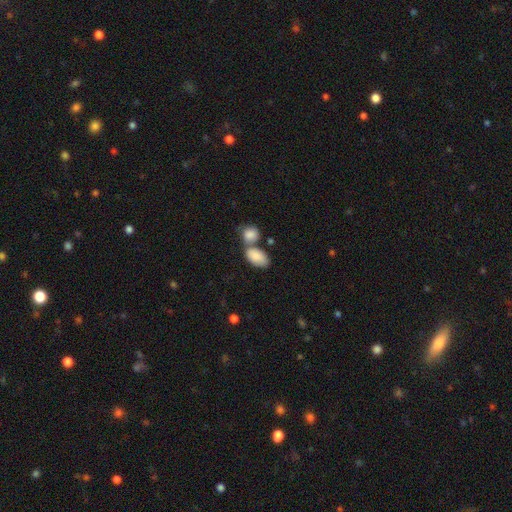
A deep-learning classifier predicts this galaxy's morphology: Smooth or featured? Predicted: smooth (p=0.87). How rounded? Predicted: in between (p=0.92). Merging? Predicted: merger (p=0.49).